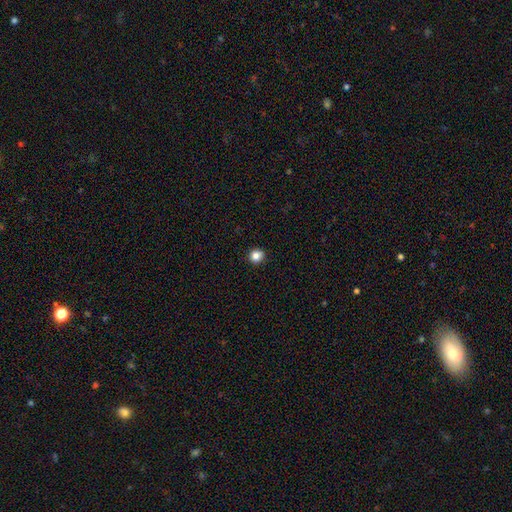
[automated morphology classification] A smooth galaxy with no disk features (83%) that is round (89%).

Vote fractions:
- Smooth or featured? smooth: 83% / star or artifact: 12% / featured or disk: 5%
- How rounded? round: 89% / in between: 10% / cigar-shaped: 1%
- Merging? none: 90% / minor disturbance: 7% / major disturbance: 2% / merger: 1%